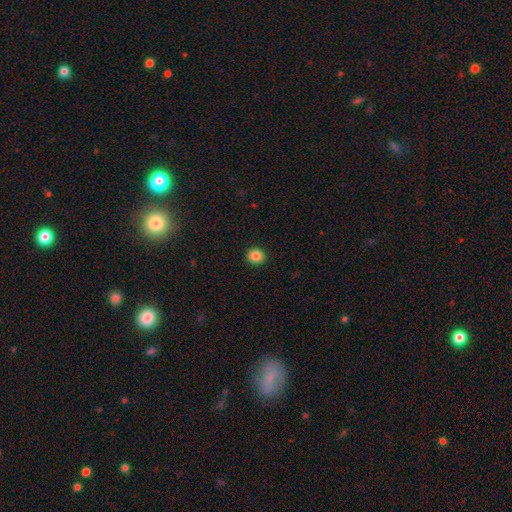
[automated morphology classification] The model was most divided on "how rounded": round: 82%, in between: 17%, cigar-shaped: 1%. More confident: merging — none (92%); smooth or featured — smooth (86%).